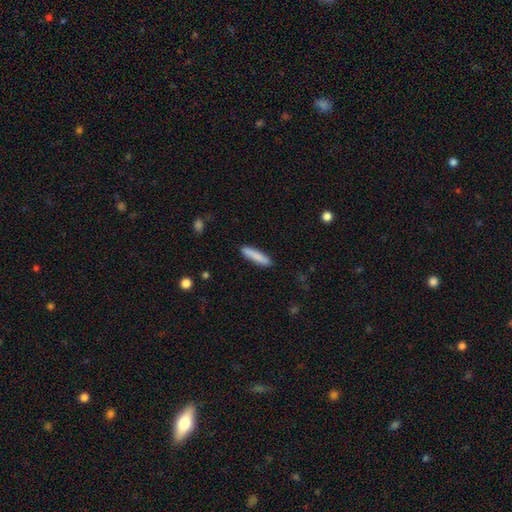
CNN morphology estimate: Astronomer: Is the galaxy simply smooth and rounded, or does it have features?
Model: smooth — 84%.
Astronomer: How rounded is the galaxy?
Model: cigar-shaped — 87%.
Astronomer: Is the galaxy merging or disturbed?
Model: none — 89%.